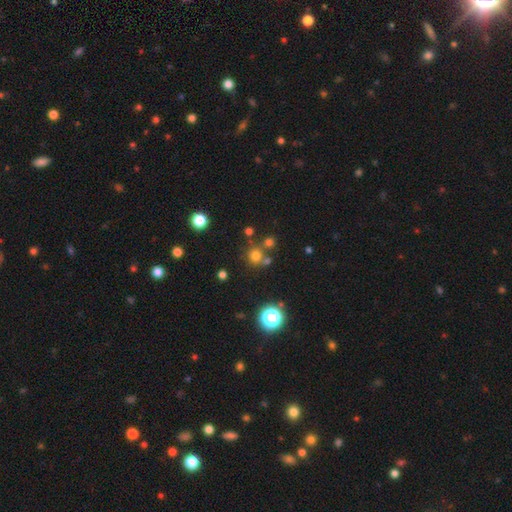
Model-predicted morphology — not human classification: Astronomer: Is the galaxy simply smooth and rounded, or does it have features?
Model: smooth — 67%.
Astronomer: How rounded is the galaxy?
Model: round — 90%.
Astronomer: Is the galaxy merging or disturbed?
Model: none — 67%.